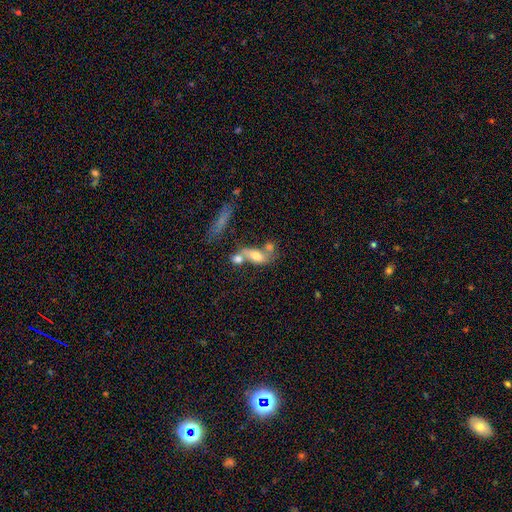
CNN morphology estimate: Smooth or featured?
  - smooth: 57% *
  - featured or disk: 32%
  - star or artifact: 11%
How rounded?
  - in between: 75% *
  - cigar-shaped: 16%
  - round: 9%
Merging?
  - merger: 50% *
  - none: 26%
  - major disturbance: 12%
  - minor disturbance: 12%